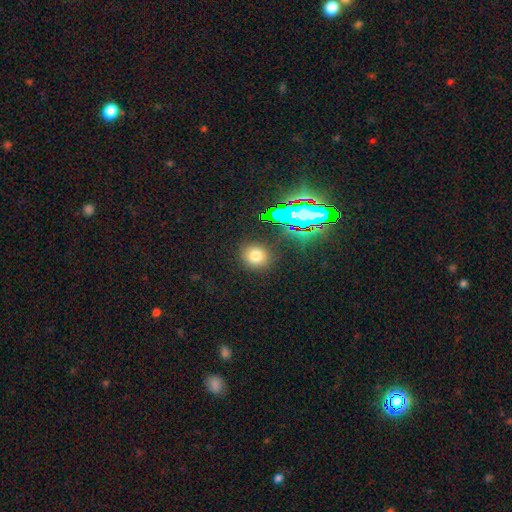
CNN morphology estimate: Smooth or featured?
  - smooth: 72% *
  - star or artifact: 20%
  - featured or disk: 8%
How rounded?
  - round: 82% *
  - in between: 17%
  - cigar-shaped: 1%
Merging?
  - none: 87% *
  - minor disturbance: 8%
  - major disturbance: 3%
  - merger: 2%